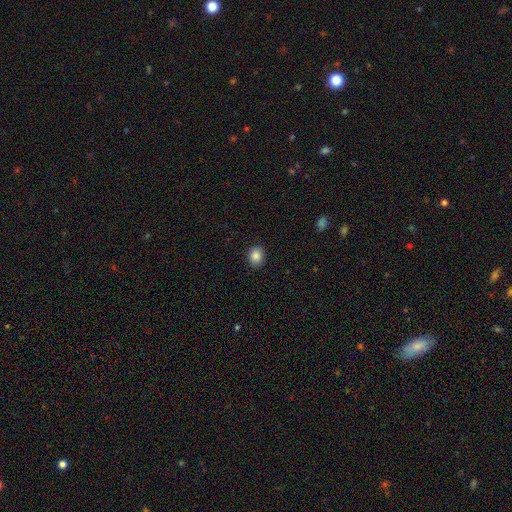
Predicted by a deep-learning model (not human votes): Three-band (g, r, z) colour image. It shows a smooth galaxy with no disk features (87%) that is round (56%). Merging: none (89%).